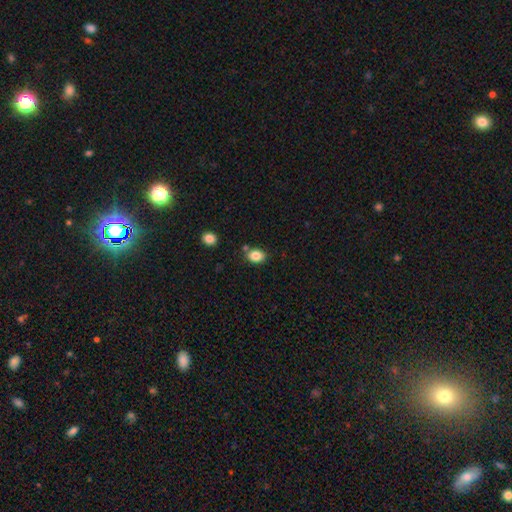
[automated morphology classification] A smooth galaxy with no disk features (85%) that is in between round and cigar-shaped (66%).

Vote fractions:
- Smooth or featured? smooth: 85% / star or artifact: 10% / featured or disk: 6%
- How rounded? in between: 66% / round: 33% / cigar-shaped: 1%
- Merging? none: 75% / minor disturbance: 13% / merger: 9% / major disturbance: 3%